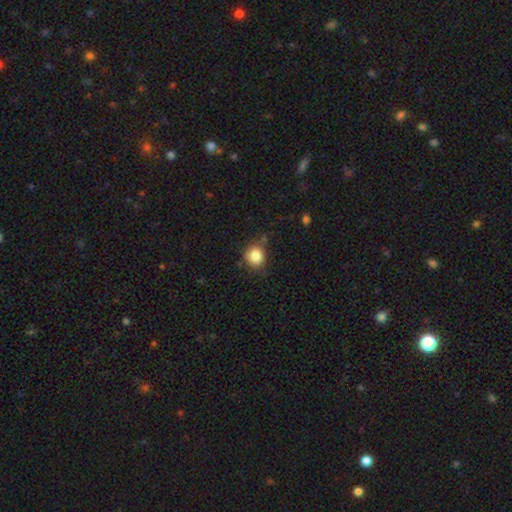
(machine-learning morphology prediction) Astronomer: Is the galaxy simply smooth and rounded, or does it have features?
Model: smooth — 84%.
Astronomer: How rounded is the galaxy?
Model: round — 79%.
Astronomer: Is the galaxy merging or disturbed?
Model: none — 72%.